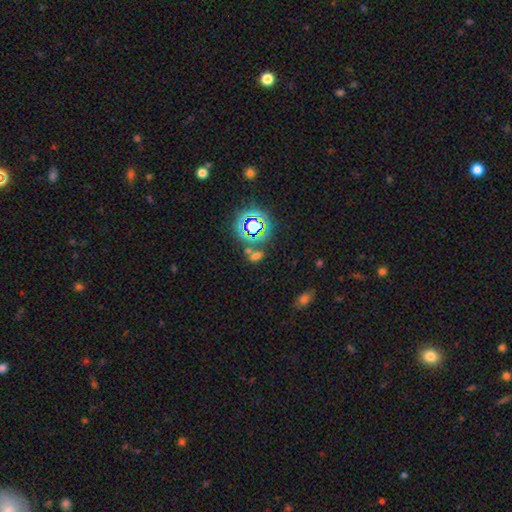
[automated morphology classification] The model was most divided on "smooth or featured": smooth: 50%, star or artifact: 39%, featured or disk: 11%. More confident: how rounded — in between (62%); merging — none (57%).